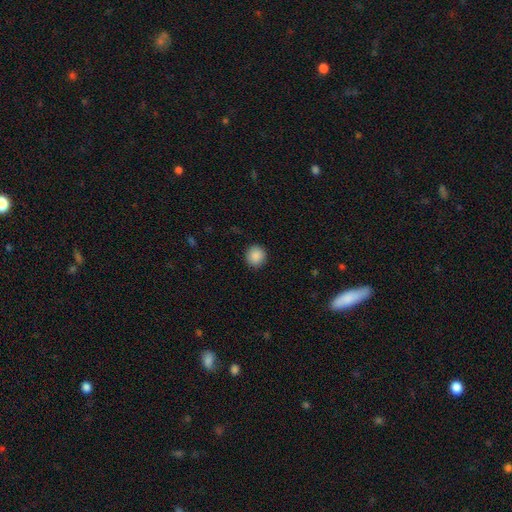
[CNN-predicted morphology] This appears to be a smooth galaxy with no disk features (89%) that is round (90%). Merging: none (91%).